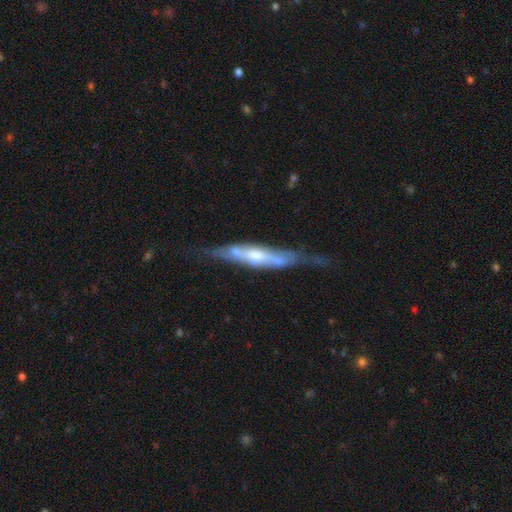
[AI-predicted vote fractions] Overall: featured or disk (74%). Edge-on disk: yes (74%). Edge-on bulge: rounded (53%; none 24%). Merging: none (54%; minor disturbance 27%).